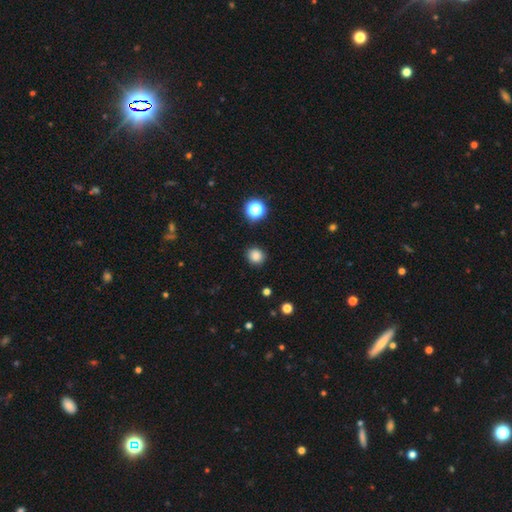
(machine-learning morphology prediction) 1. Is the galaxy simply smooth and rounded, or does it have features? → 83% smooth, 13% star or artifact, 4% featured or disk.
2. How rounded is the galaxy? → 88% round, 11% in between, 1% cigar-shaped.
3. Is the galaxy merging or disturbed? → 89% none, 8% minor disturbance, 2% major disturbance, 2% merger.